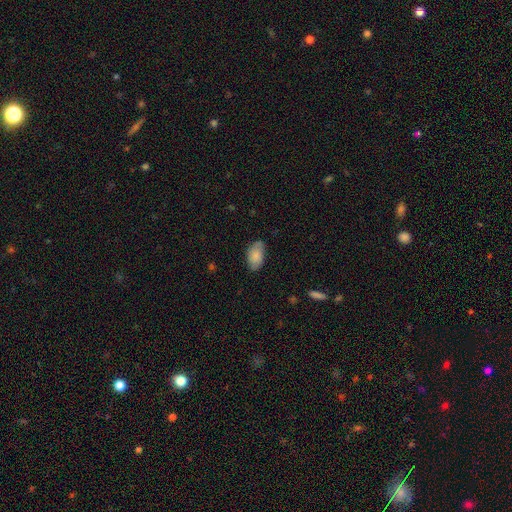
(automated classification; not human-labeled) A smooth galaxy with no disk features (79%) that is in between round and cigar-shaped (93%).

Vote fractions:
- Smooth or featured? smooth: 79% / featured or disk: 14% / star or artifact: 7%
- How rounded? in between: 93% / round: 5% / cigar-shaped: 2%
- Merging? none: 72% / minor disturbance: 22% / major disturbance: 4% / merger: 1%